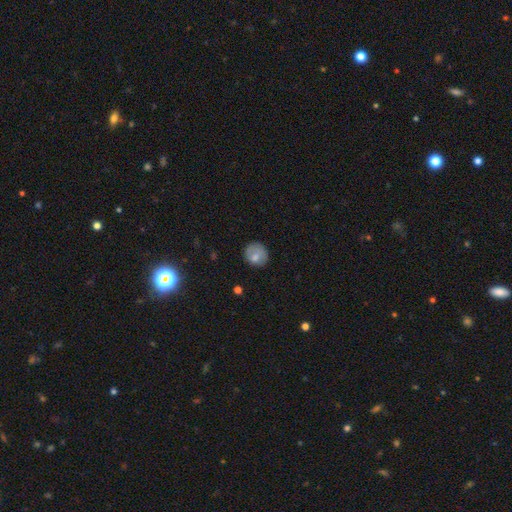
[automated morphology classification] Smooth or featured? Predicted: smooth (p=0.76). How rounded? Predicted: round (p=0.83). Merging? Predicted: none (p=0.74).